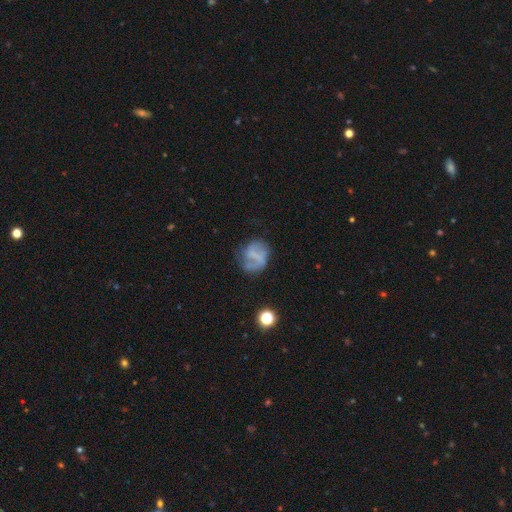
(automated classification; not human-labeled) smooth-or-featured: featured or disk: 49% | smooth: 40% | star or artifact: 11%
  merging: none: 54% | minor disturbance: 23% | major disturbance: 19% | merger: 4%